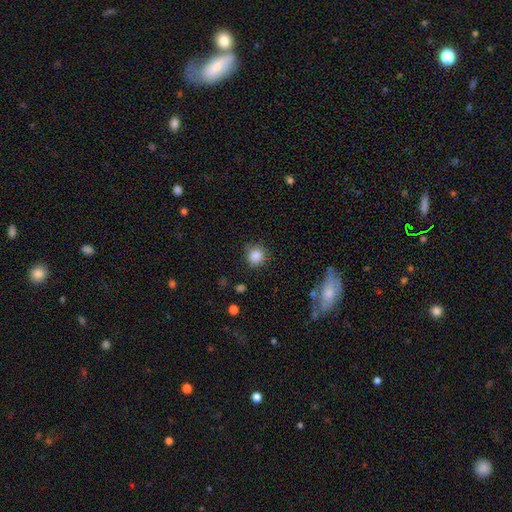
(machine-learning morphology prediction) Smooth or featured?
  - smooth: 86% *
  - star or artifact: 10%
  - featured or disk: 4%
How rounded?
  - round: 89% *
  - in between: 10%
  - cigar-shaped: 1%
Merging?
  - none: 79% *
  - minor disturbance: 15%
  - major disturbance: 4%
  - merger: 2%